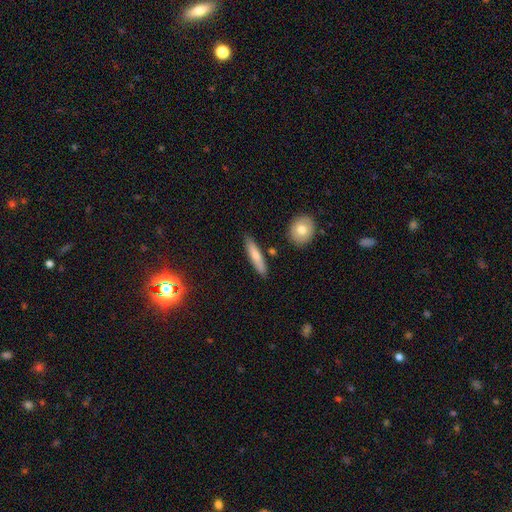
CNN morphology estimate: A smooth galaxy with no disk features (73%) that is cigar-shaped (80%).

Vote fractions:
- Smooth or featured? smooth: 73% / featured or disk: 22% / star or artifact: 6%
- How rounded? cigar-shaped: 80% / in between: 18% / round: 2%
- Merging? none: 84% / minor disturbance: 10% / merger: 4% / major disturbance: 2%